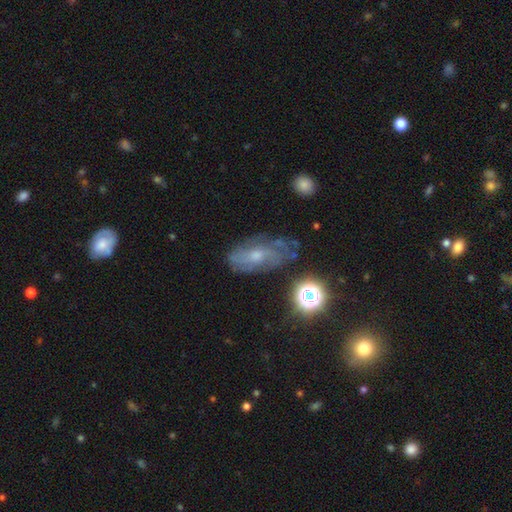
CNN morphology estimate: featured or disk 60%, smooth 25%, star or artifact 15%. Down the decision tree: edge-on disk — no (90%); bar — no (68%); spiral arms — yes (77%); bulge size — small (47%); merging — none (58%).